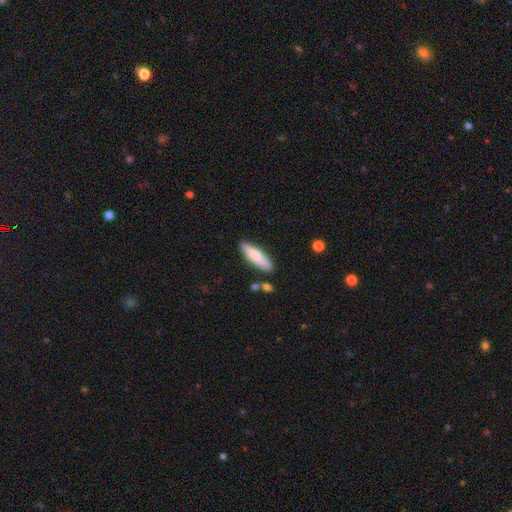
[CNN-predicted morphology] Smooth or featured? Predicted: smooth (p=0.77). How rounded? Predicted: cigar-shaped (p=0.62). Merging? Predicted: none (p=0.82).